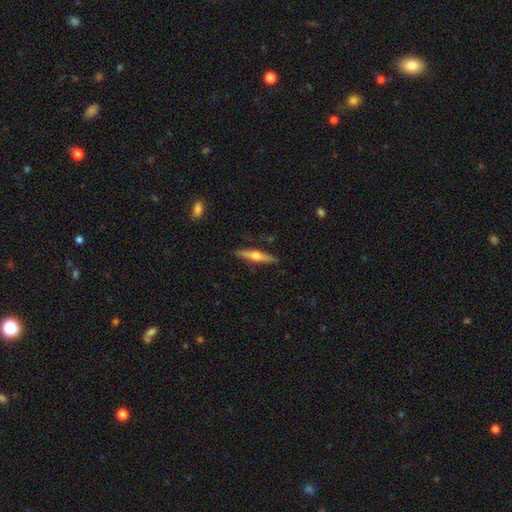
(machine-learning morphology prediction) type=featured or disk (56%); edge-on=yes (96%); edge-on bulge=rounded (90%); merging=none (88%).